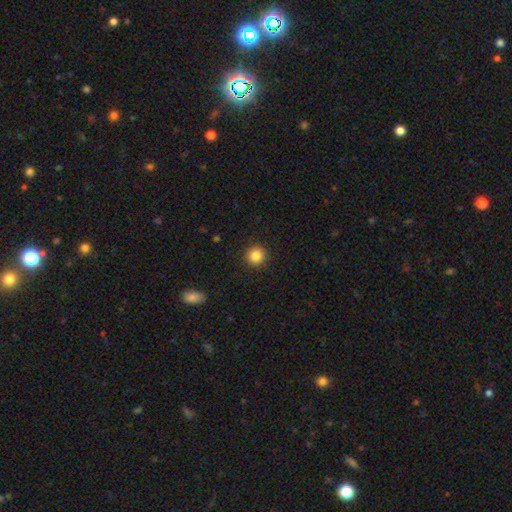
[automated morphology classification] A smooth galaxy with no disk features (85%) that is round (94%). Merging: none (92%).